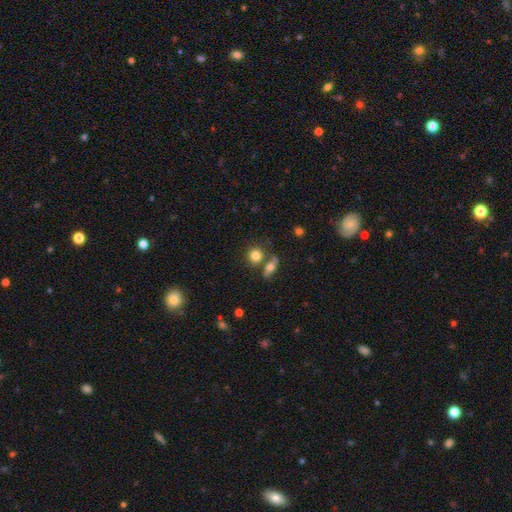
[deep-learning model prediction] A smooth galaxy with no disk features (80%) that is round (83%).

Vote fractions:
- Smooth or featured? smooth: 80% / featured or disk: 10% / star or artifact: 10%
- How rounded? round: 83% / in between: 16% / cigar-shaped: 2%
- Merging? none: 64% / merger: 22% / minor disturbance: 10% / major disturbance: 4%